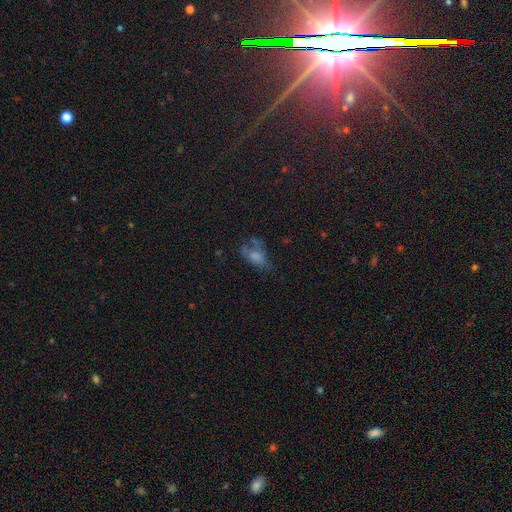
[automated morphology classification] The model was most divided on "merging": none: 35%, major disturbance: 29%, minor disturbance: 25%, merger: 12%. More confident: how rounded — in between (84%); smooth or featured — smooth (59%).